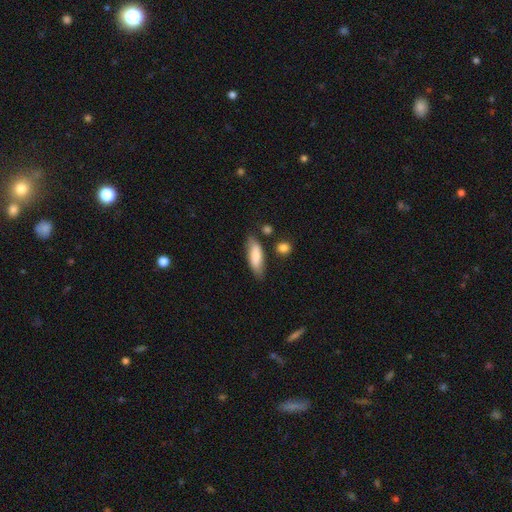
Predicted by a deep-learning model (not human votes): Smooth or featured? smooth (79%)
How rounded? in between (59%)
Merging? none (71%)